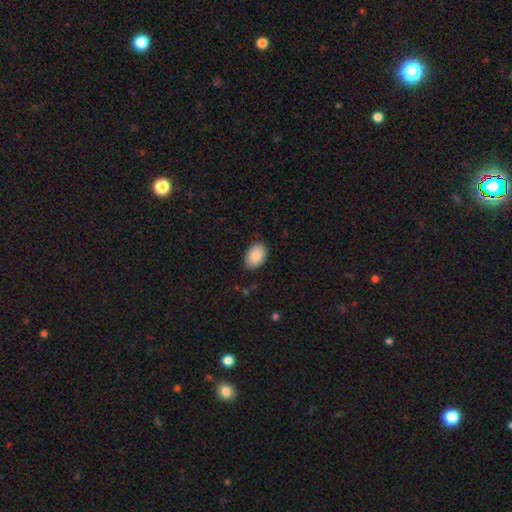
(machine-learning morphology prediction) Q: Smooth or featured?
A: smooth (89%); runner-up: star or artifact (6%)
Q: How rounded?
A: in between (88%); runner-up: round (11%)
Q: Merging?
A: none (87%); runner-up: minor disturbance (10%)